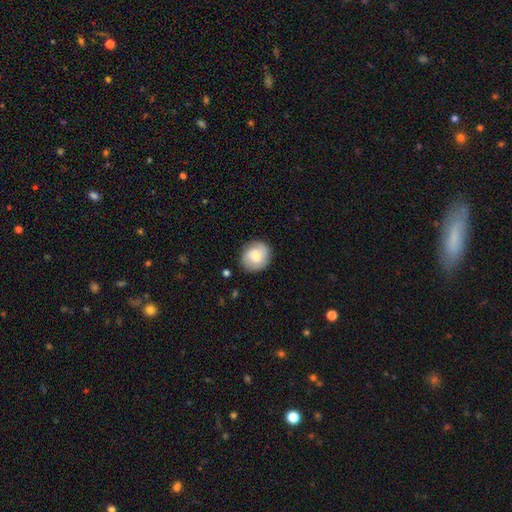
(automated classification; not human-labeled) Smooth or featured? smooth (70%)
How rounded? round (74%)
Merging? none (82%)